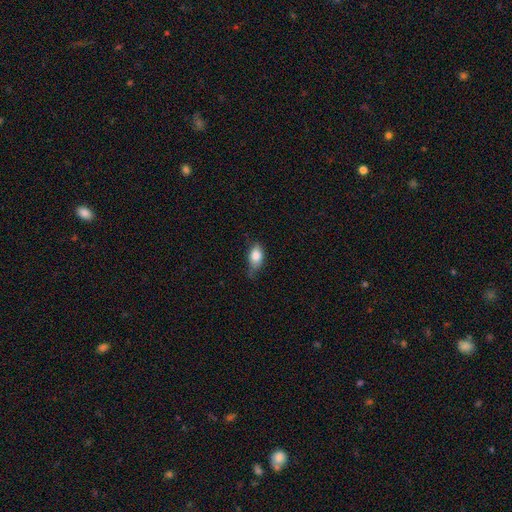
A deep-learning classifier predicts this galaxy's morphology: smooth_or_featured: smooth (p=0.82) [alt: featured or disk p=0.10]
how_rounded: in between (p=0.84) [alt: round p=0.11]
merging: none (p=0.45) [alt: minor disturbance p=0.43]